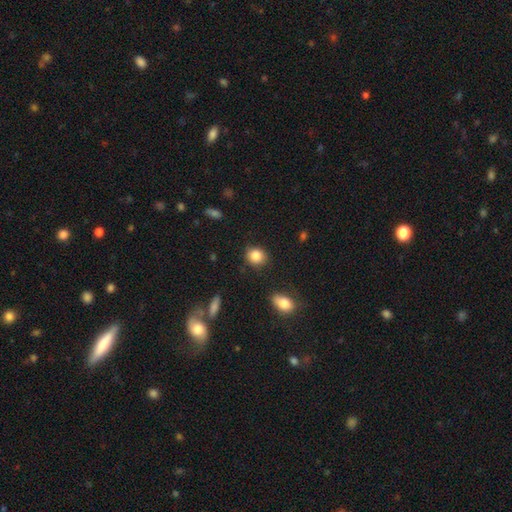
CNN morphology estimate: This is clearly a smooth galaxy (86%). How rounded: likely round (77%). Merging: clearly none (84%).